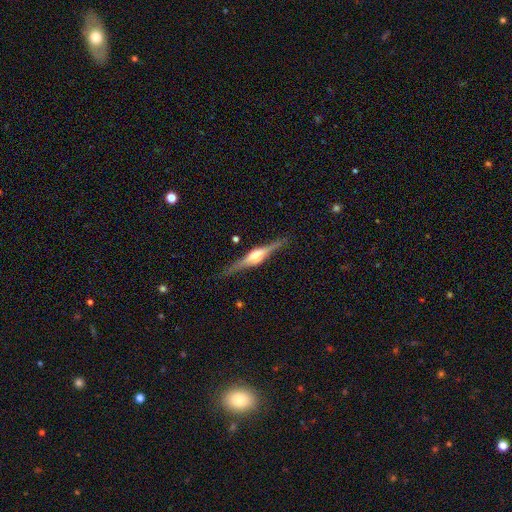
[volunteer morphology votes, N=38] Q: Smooth or featured?
A: featured or disk (84%); runner-up: smooth (13%)
Q: Edge-on disk?
A: yes (100%)
Q: Edge-on bulge?
A: rounded (94%); runner-up: boxy (6%)
Q: Merging?
A: none (95%); runner-up: minor disturbance (5%)